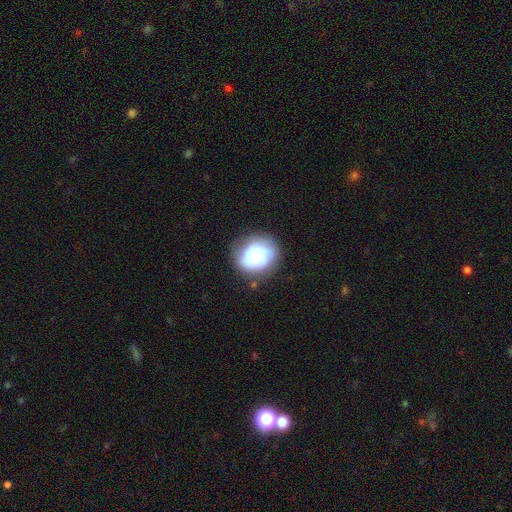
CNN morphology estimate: A smooth galaxy with no disk features (61%) that is round (71%).

Vote fractions:
- Smooth or featured? smooth: 61% / featured or disk: 30% / star or artifact: 9%
- How rounded? round: 71% / in between: 28% / cigar-shaped: 1%
- Merging? none: 71% / minor disturbance: 19% / major disturbance: 7% / merger: 3%